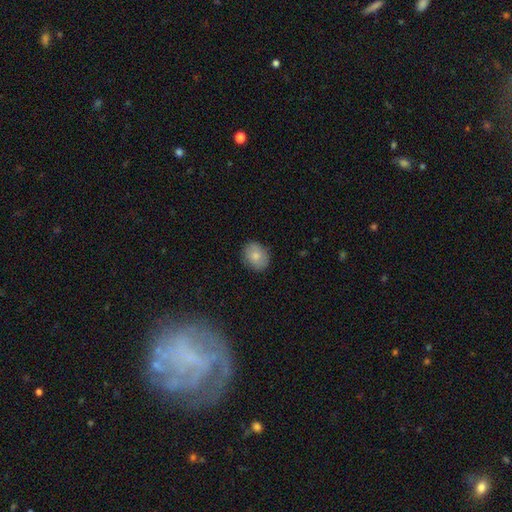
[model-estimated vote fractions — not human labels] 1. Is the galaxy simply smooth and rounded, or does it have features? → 83% smooth, 10% featured or disk, 7% star or artifact.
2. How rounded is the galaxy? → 51% round, 48% in between, 1% cigar-shaped.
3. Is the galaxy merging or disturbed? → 86% none, 11% minor disturbance, 2% major disturbance, 1% merger.